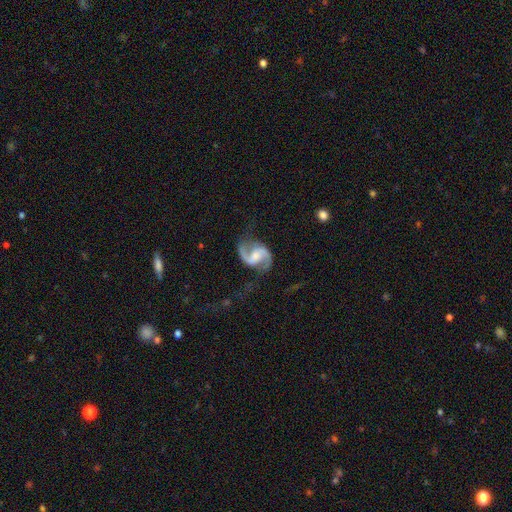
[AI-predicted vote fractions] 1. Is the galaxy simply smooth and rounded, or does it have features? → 90% featured or disk, 5% smooth, 5% star or artifact.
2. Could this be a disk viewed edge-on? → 98% no, 2% yes.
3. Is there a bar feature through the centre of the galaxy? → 45% weak, 30% no, 25% strong.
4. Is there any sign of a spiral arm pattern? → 98% yes, 2% no.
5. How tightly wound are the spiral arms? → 50% medium, 40% loose, 10% tight.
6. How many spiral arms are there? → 94% 2, 2% 1, 2% can't tell, 1% 3, 1% 4, 1% more than 4.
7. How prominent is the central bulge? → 40% moderate, 34% small, 16% none, 9% large, 2% dominant.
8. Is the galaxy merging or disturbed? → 70% none, 16% minor disturbance, 12% major disturbance, 2% merger.